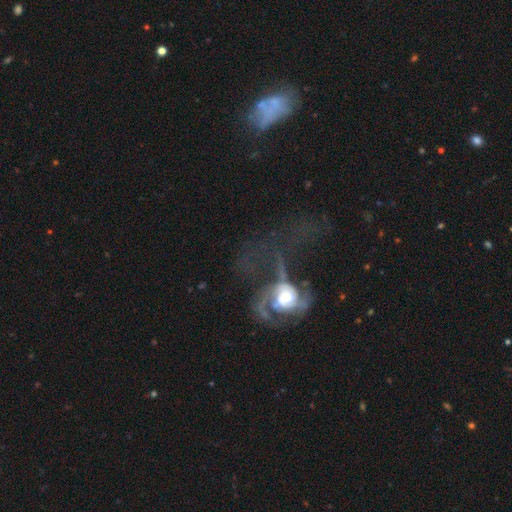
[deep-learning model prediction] Smooth or featured?
  - featured or disk: 62% *
  - smooth: 23%
  - star or artifact: 15%
Edge-on disk?
  - no: 94% *
  - yes: 6%
Bar?
  - no: 74% *
  - weak: 18%
  - strong: 7%
Spiral arms?
  - yes: 57% *
  - no: 43%
Bulge size?
  - moderate: 48% *
  - large: 29%
  - small: 12%
  - dominant: 7%
  - none: 5%
Merging?
  - major disturbance: 61% *
  - none: 16%
  - merger: 14%
  - minor disturbance: 9%